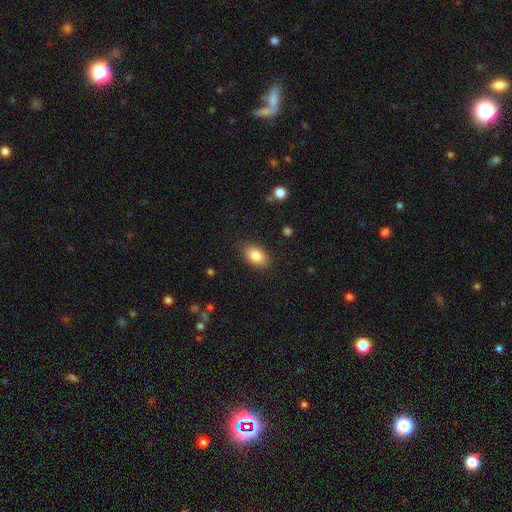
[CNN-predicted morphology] This is clearly a smooth galaxy (84%). How rounded: clearly in between (90%). Merging: clearly none (87%).